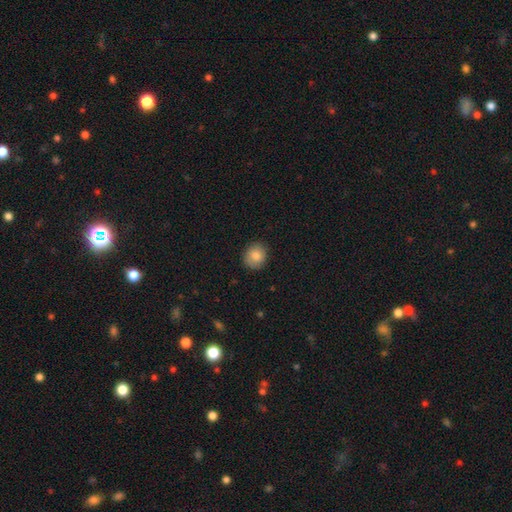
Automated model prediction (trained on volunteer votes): The model was most divided on "how rounded": round: 79%, in between: 20%, cigar-shaped: 1%. More confident: merging — none (87%); smooth or featured — smooth (83%).